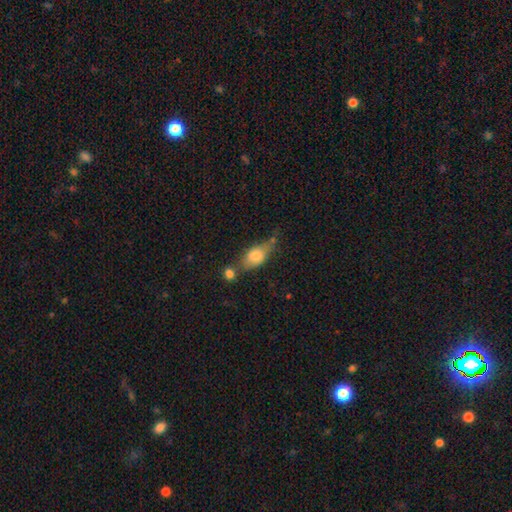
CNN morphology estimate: Q: Smooth or featured?
A: smooth (72%); runner-up: featured or disk (20%)
Q: How rounded?
A: in between (77%); runner-up: round (13%)
Q: Merging?
A: none (39%); runner-up: merger (25%)